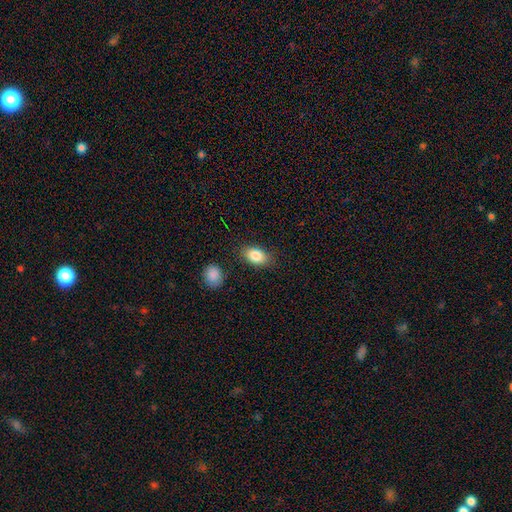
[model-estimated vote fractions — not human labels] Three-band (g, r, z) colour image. It shows a smooth galaxy with no disk features (85%) that is in between round and cigar-shaped (88%). Merging: none (82%).